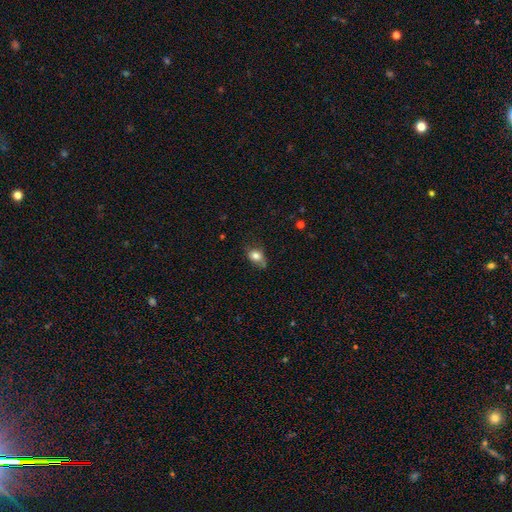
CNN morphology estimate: Smooth or featured?
  - smooth: 79% *
  - featured or disk: 11%
  - star or artifact: 10%
How rounded?
  - in between: 62% *
  - round: 36%
  - cigar-shaped: 2%
Merging?
  - none: 50% *
  - minor disturbance: 35%
  - major disturbance: 10%
  - merger: 5%